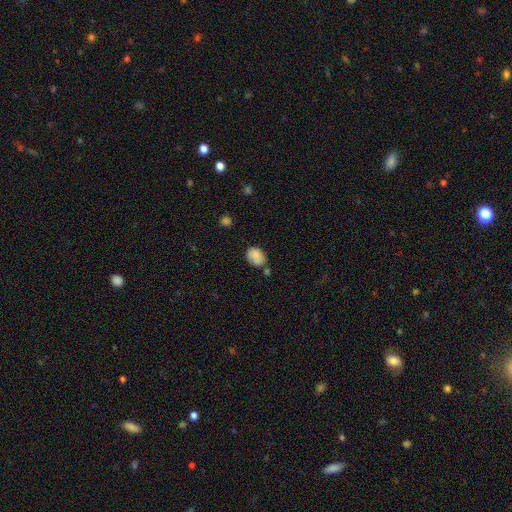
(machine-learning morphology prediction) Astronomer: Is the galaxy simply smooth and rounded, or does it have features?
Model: smooth — 83%.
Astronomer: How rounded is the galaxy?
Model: in between — 63%.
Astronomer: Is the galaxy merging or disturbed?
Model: none — 55%.